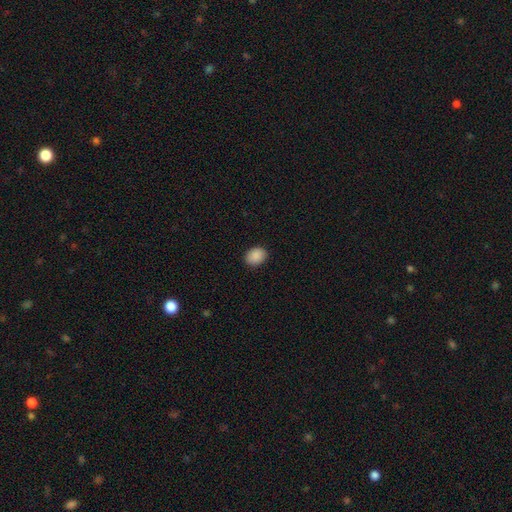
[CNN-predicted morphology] This is clearly a smooth galaxy (90%). How rounded: likely in between (64%). Merging: clearly none (89%).